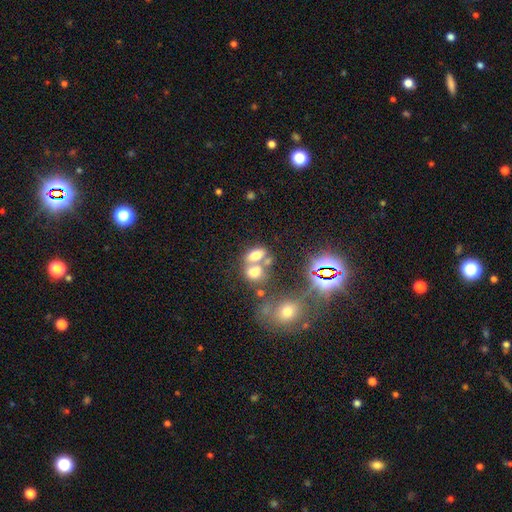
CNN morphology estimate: Overall: smooth (66%). How rounded: in between (79%). Merging: merger (53%; none 33%).